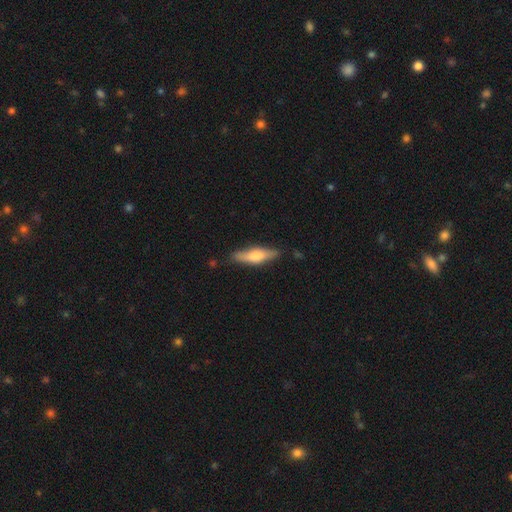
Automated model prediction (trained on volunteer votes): Smooth or featured? smooth (54%)
How rounded? cigar-shaped (66%)
Merging? none (82%)